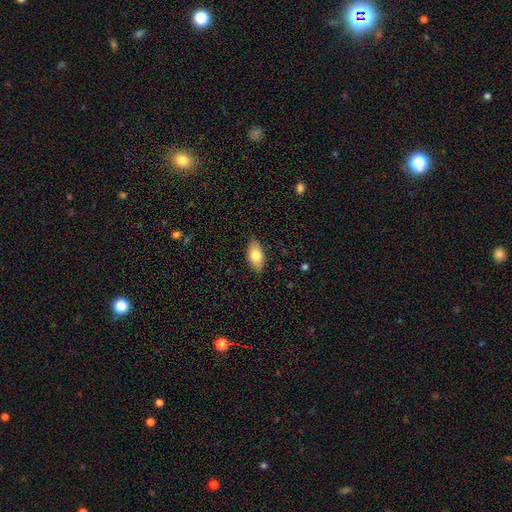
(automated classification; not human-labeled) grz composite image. It shows a smooth galaxy with no disk features (77%) that is in between round and cigar-shaped (92%). Merging: none (87%).